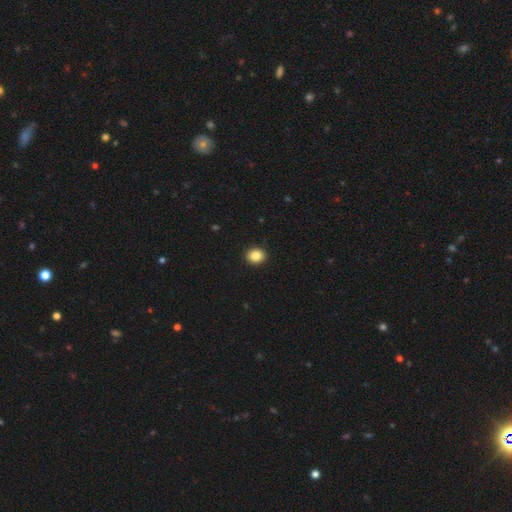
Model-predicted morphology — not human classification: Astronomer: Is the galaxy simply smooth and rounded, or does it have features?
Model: smooth — 86%.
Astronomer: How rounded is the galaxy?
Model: round — 72%.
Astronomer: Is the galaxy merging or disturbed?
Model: none — 93%.